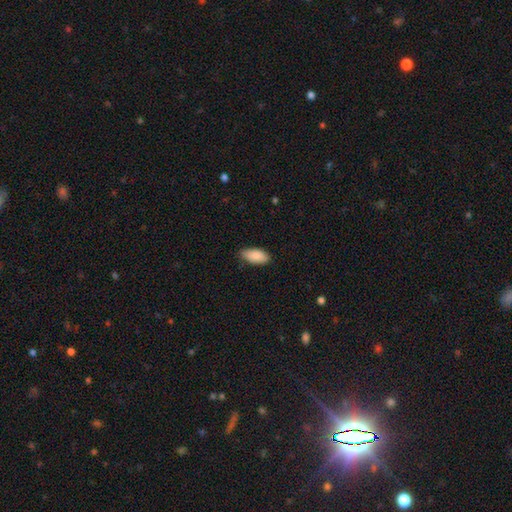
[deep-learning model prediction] Smooth or featured?
  - smooth: 89% *
  - star or artifact: 6%
  - featured or disk: 5%
How rounded?
  - in between: 91% *
  - cigar-shaped: 7%
  - round: 2%
Merging?
  - none: 77% *
  - minor disturbance: 19%
  - major disturbance: 3%
  - merger: 1%